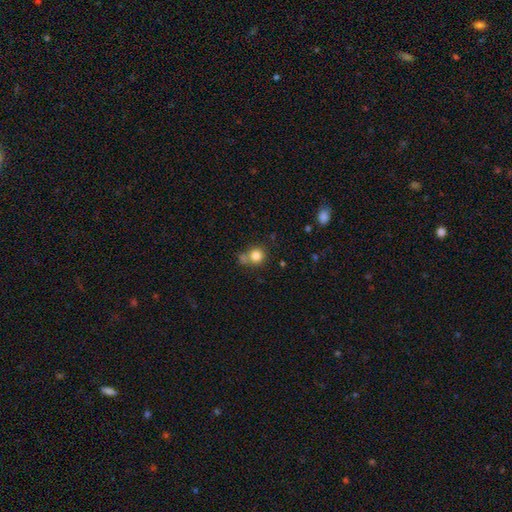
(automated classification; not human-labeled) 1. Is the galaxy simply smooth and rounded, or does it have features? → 82% smooth, 11% star or artifact, 7% featured or disk.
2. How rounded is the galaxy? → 89% round, 10% in between, 1% cigar-shaped.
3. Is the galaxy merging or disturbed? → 59% none, 25% merger, 12% minor disturbance, 5% major disturbance.